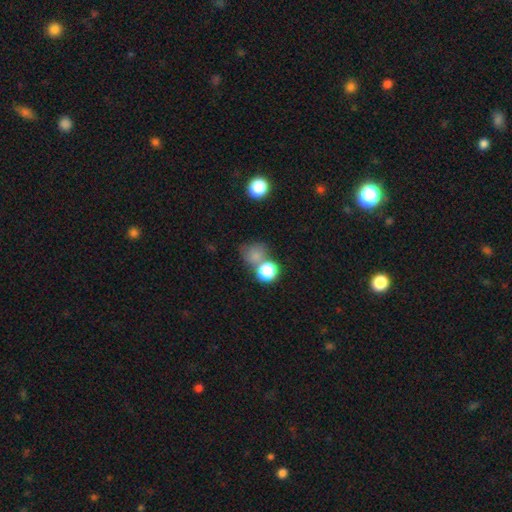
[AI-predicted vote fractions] Smooth or featured? smooth (73%)
How rounded? round (73%)
Merging? none (47%)